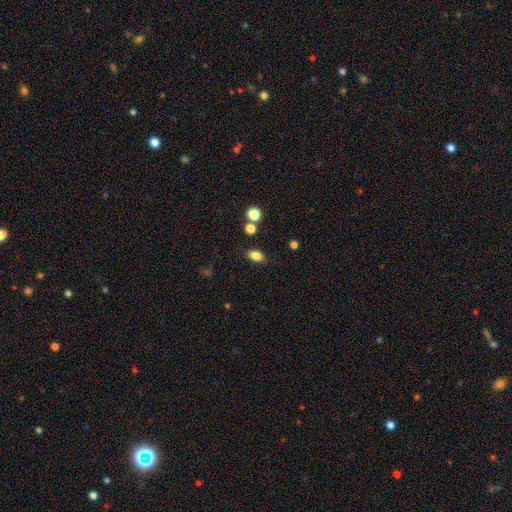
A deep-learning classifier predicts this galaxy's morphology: Smooth or featured? Predicted: smooth (p=0.82). How rounded? Predicted: in between (p=0.83). Merging? Predicted: none (p=0.82).